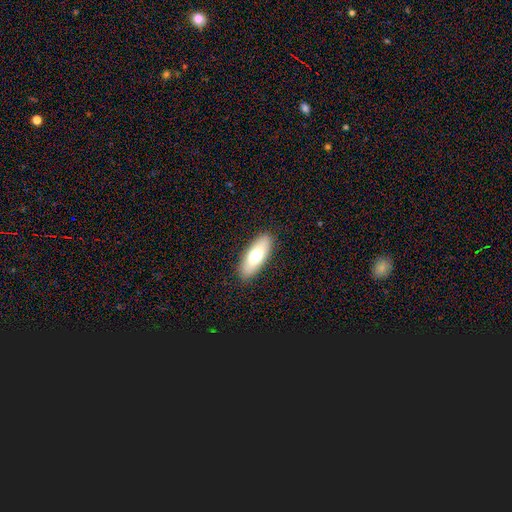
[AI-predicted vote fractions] Smooth or featured? Predicted: smooth (p=0.69). How rounded? Predicted: in between (p=0.71). Merging? Predicted: none (p=0.89).